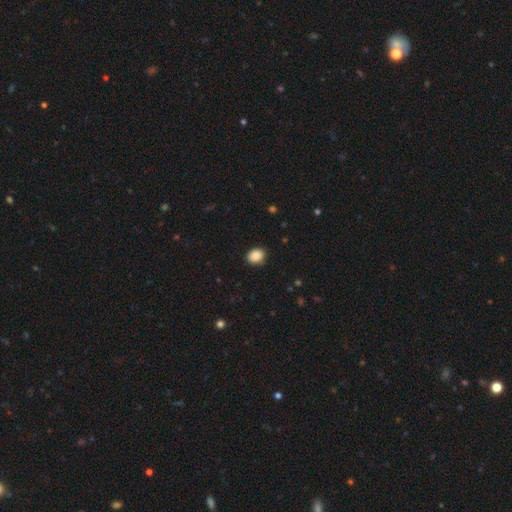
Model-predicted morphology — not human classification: Smooth or featured?
  - smooth: 89% *
  - star or artifact: 8%
  - featured or disk: 3%
How rounded?
  - round: 50% *
  - in between: 49%
  - cigar-shaped: 1%
Merging?
  - none: 87% *
  - minor disturbance: 10%
  - major disturbance: 2%
  - merger: 1%